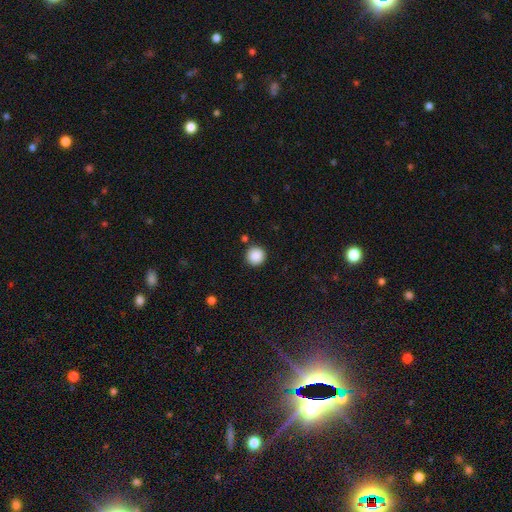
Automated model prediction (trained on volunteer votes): smooth_or_featured: smooth (p=0.88) [alt: star or artifact p=0.09]
how_rounded: round (p=0.95) [alt: in between p=0.04]
merging: none (p=0.90) [alt: minor disturbance p=0.06]